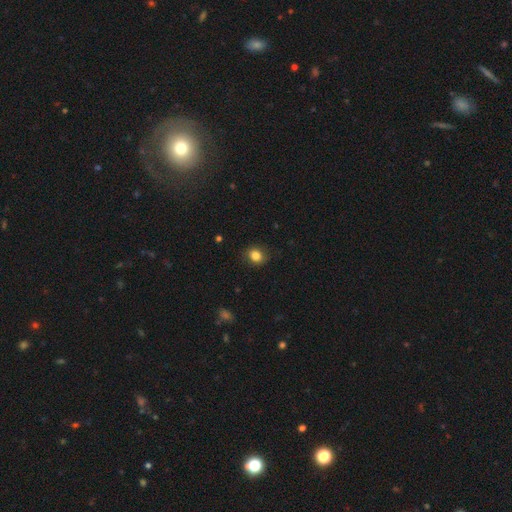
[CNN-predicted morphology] This appears to be a smooth galaxy with no disk features (84%) that is round (65%). Merging: none (84%).